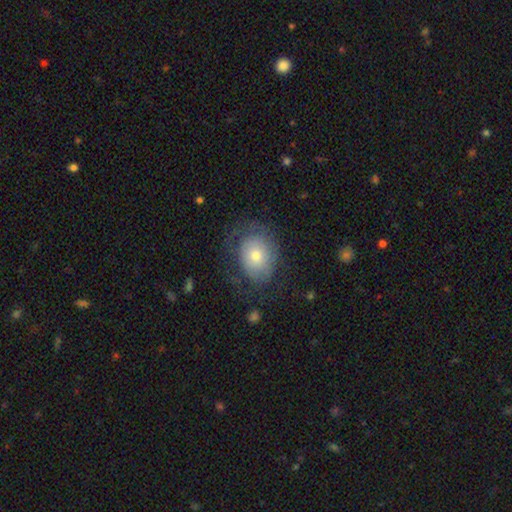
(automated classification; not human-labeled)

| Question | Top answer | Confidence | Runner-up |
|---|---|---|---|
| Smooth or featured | smooth | 62% | featured or disk (29%) |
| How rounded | round | 51% | in between (48%) |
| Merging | none | 58% | minor disturbance (22%) |